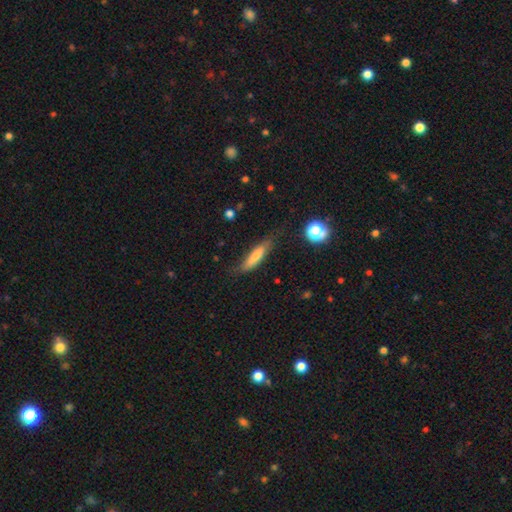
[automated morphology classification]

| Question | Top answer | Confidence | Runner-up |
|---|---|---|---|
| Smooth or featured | smooth | 61% | featured or disk (31%) |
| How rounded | cigar-shaped | 81% | in between (16%) |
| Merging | none | 69% | minor disturbance (23%) |